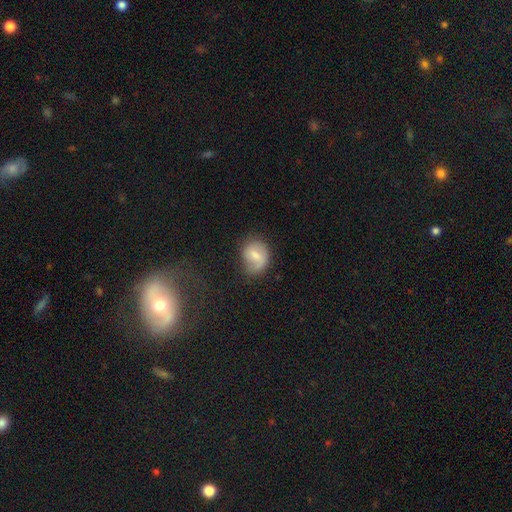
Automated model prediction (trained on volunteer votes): Smooth or featured?
  - smooth: 62% *
  - featured or disk: 30%
  - star or artifact: 8%
How rounded?
  - round: 50% *
  - in between: 49%
  - cigar-shaped: 1%
Merging?
  - none: 56% *
  - minor disturbance: 28%
  - major disturbance: 14%
  - merger: 2%